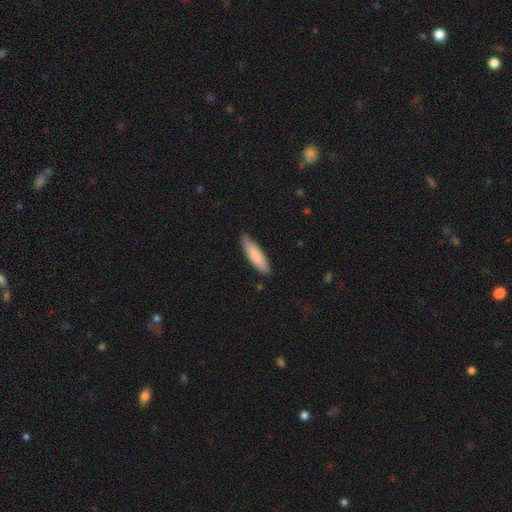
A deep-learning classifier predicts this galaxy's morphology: smooth 84%, featured or disk 11%, star or artifact 5%. Down the decision tree: how rounded — cigar-shaped (68%); merging — none (85%).